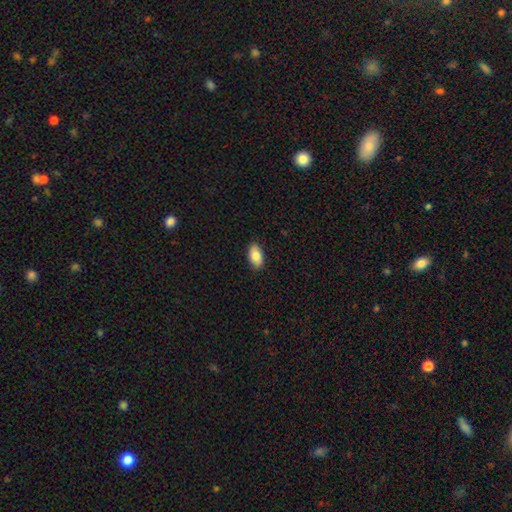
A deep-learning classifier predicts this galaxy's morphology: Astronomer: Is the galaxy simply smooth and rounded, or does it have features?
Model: smooth — 84%.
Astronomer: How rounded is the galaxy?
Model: in between — 93%.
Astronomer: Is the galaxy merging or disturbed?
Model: none — 88%.